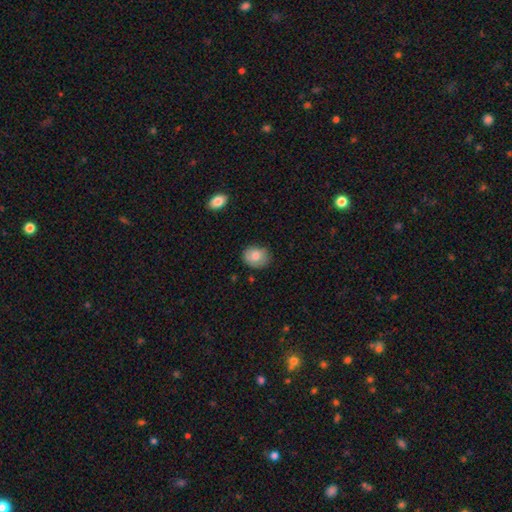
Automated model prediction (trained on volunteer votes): The model was most divided on "how rounded": round: 52%, in between: 47%, cigar-shaped: 1%. More confident: smooth or featured — smooth (79%); merging — none (77%).